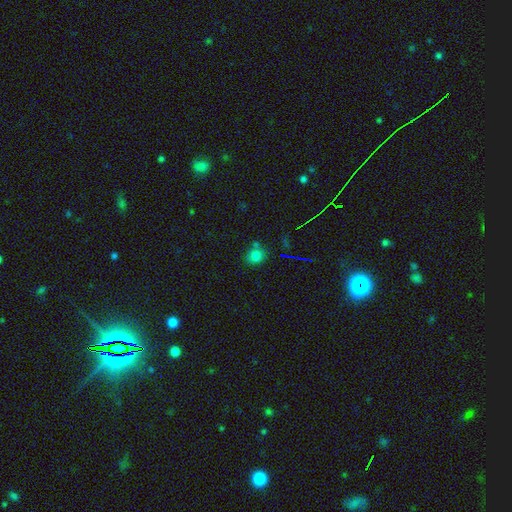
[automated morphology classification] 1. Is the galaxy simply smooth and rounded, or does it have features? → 75% smooth, 18% star or artifact, 8% featured or disk.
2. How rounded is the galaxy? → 75% round, 24% in between, 1% cigar-shaped.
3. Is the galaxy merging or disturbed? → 65% none, 16% merger, 15% minor disturbance, 4% major disturbance.